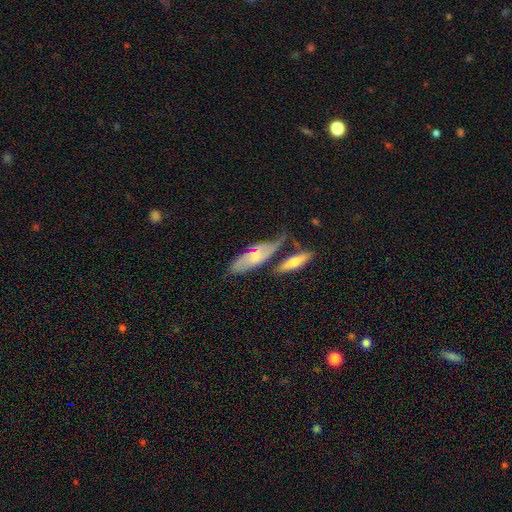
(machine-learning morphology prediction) Smooth or featured?
  - smooth: 48% *
  - featured or disk: 46%
  - star or artifact: 6%
Merging?
  - none: 45% *
  - merger: 26%
  - minor disturbance: 21%
  - major disturbance: 9%